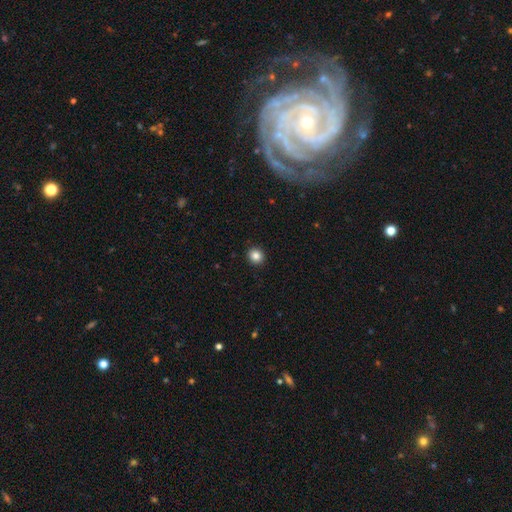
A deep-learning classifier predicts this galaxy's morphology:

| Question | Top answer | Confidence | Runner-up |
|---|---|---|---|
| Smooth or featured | smooth | 85% | star or artifact (11%) |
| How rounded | round | 86% | in between (13%) |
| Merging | none | 93% | minor disturbance (5%) |